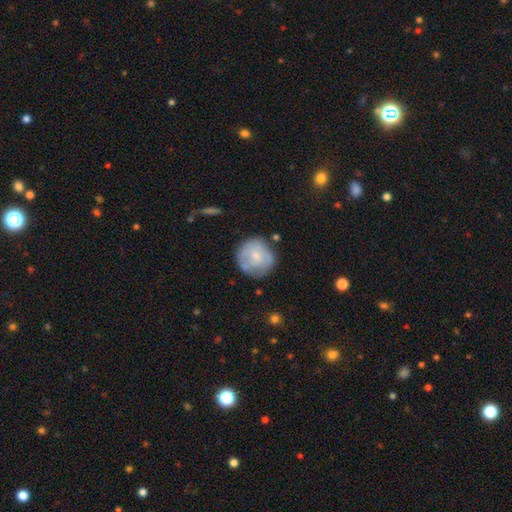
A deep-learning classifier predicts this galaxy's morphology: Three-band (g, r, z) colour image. It shows a smooth galaxy with no disk features (58%) that is round (92%). Merging: none (70%).